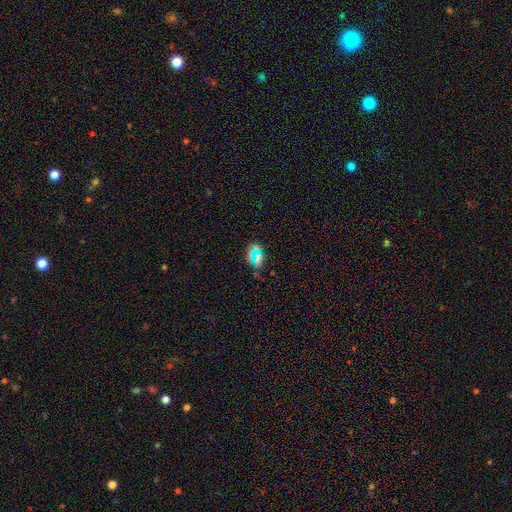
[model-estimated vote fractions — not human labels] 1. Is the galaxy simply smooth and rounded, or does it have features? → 52% smooth, 35% star or artifact, 13% featured or disk.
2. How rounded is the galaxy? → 66% in between, 27% round, 7% cigar-shaped.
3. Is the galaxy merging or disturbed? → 71% none, 14% minor disturbance, 8% major disturbance, 7% merger.